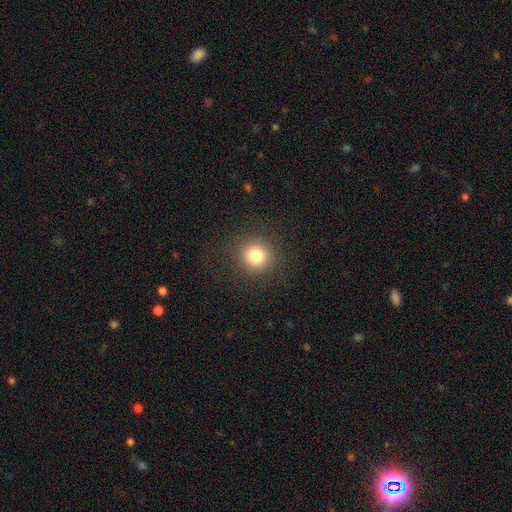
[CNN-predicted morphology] This is clearly a smooth galaxy (80%). How rounded: clearly round (93%). Merging: clearly none (90%).